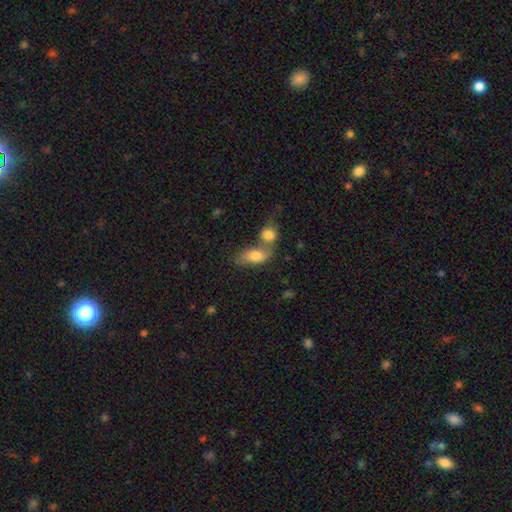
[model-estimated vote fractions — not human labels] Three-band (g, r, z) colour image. It shows a smooth galaxy with no disk features (76%) that is in between round and cigar-shaped (82%). Merging: merger (54%).